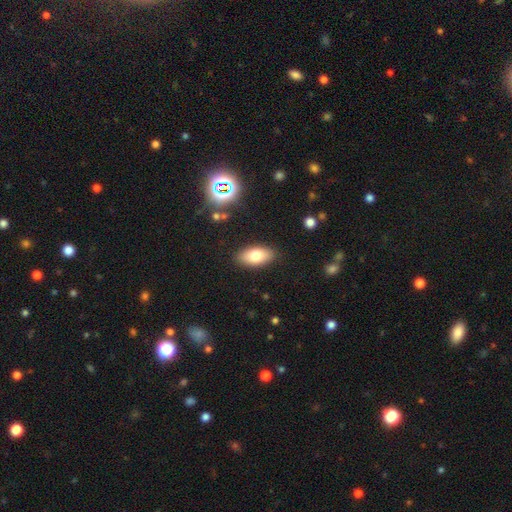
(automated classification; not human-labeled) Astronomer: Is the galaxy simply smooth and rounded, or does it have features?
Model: smooth — 78%.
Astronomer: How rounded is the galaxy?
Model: in between — 92%.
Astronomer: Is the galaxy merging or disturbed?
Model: none — 88%.